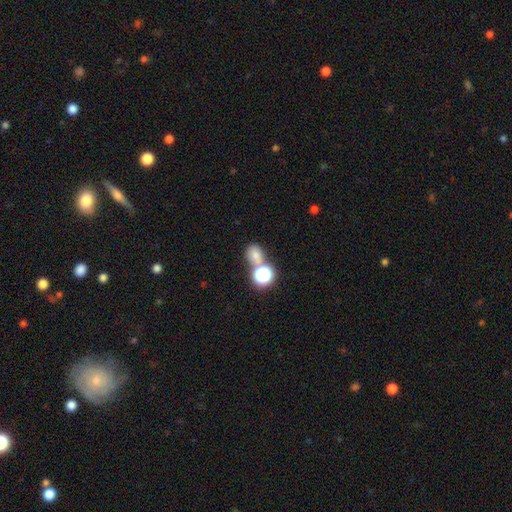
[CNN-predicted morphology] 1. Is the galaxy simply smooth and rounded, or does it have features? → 70% smooth, 21% star or artifact, 9% featured or disk.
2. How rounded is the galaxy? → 58% round, 41% in between, 1% cigar-shaped.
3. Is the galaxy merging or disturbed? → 54% none, 32% merger, 10% minor disturbance, 4% major disturbance.